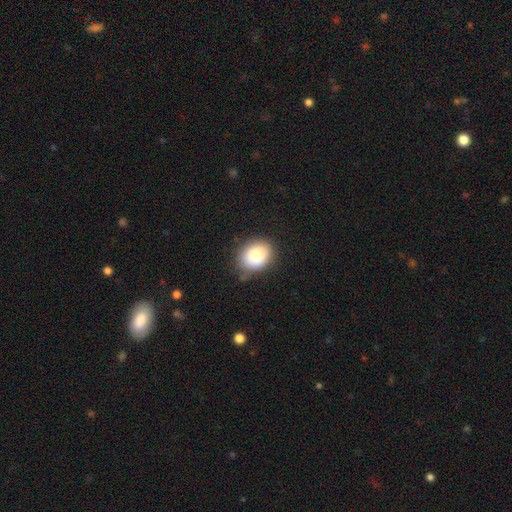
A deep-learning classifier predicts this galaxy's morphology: Smooth or featured? Predicted: smooth (p=0.85). How rounded? Predicted: in between (p=0.54). Merging? Predicted: none (p=0.73).